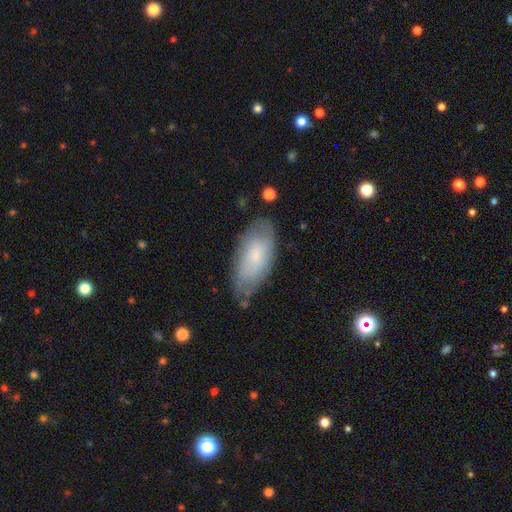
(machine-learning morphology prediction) Smooth or featured? Predicted: smooth (p=0.66). How rounded? Predicted: in between (p=0.89). Merging? Predicted: none (p=0.69).